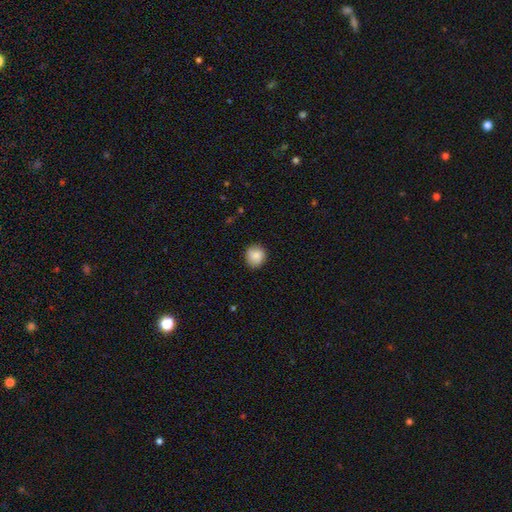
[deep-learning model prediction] A smooth galaxy with no disk features (86%) that is round (86%).

Vote fractions:
- Smooth or featured? smooth: 86% / star or artifact: 8% / featured or disk: 6%
- How rounded? round: 86% / in between: 13% / cigar-shaped: 1%
- Merging? none: 84% / minor disturbance: 13% / major disturbance: 2% / merger: 1%